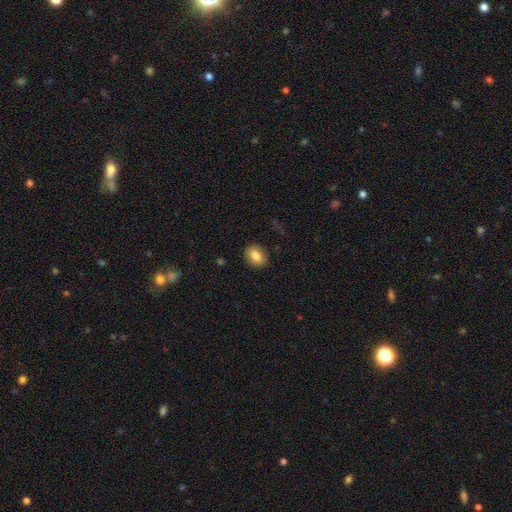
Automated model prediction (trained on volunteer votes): Morphology: type=smooth (85%); roundness=in between (72%); merging=none (88%).